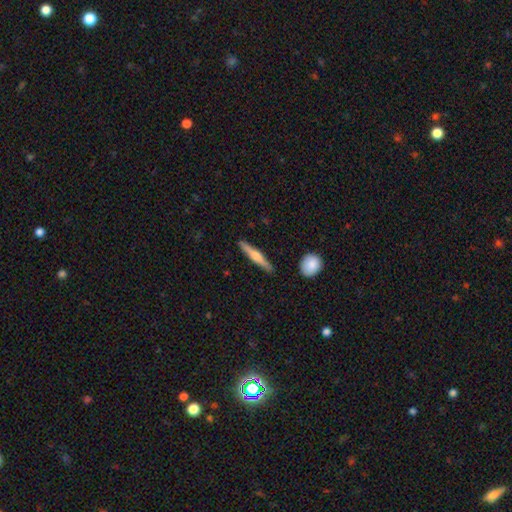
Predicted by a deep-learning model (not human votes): This is possibly a featured or disk galaxy (57%). It is clearly viewed edge-on (97%). Edge-on bulge: clearly rounded (84%). Merging: clearly none (90%).